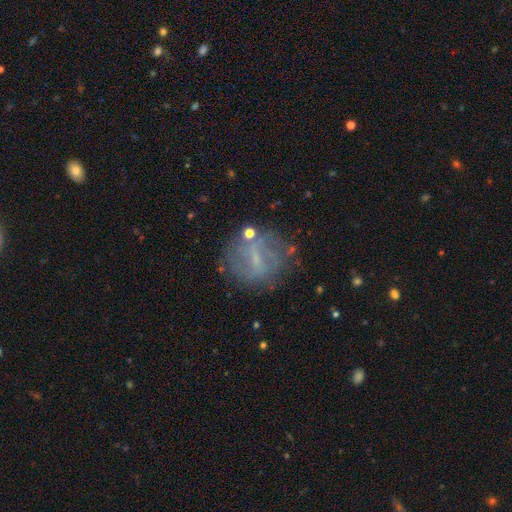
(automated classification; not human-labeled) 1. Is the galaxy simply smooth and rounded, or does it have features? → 56% featured or disk, 30% smooth, 14% star or artifact.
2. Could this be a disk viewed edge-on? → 95% no, 5% yes.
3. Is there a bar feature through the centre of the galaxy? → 48% weak, 27% no, 25% strong.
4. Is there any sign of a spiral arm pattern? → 50% no (tied), 50% yes (tied).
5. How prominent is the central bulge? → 51% small, 35% none, 12% moderate, 1% large, 1% dominant.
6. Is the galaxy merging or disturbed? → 67% none, 17% minor disturbance, 11% major disturbance, 5% merger.